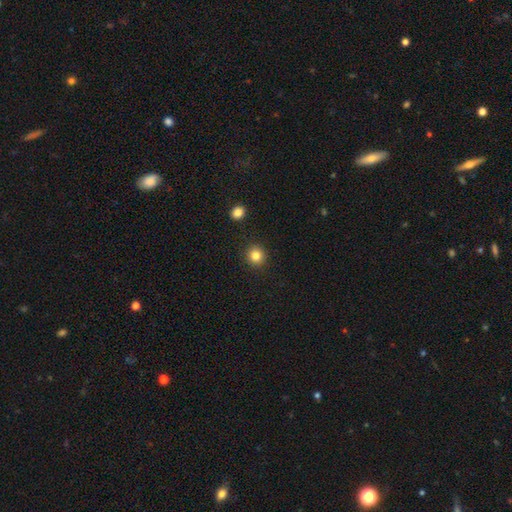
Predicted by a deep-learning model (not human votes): Smooth or featured: smooth — 83% (star or artifact — 11%)
How rounded: round — 93% (in between — 6%)
Merging: none — 92% (minor disturbance — 5%)